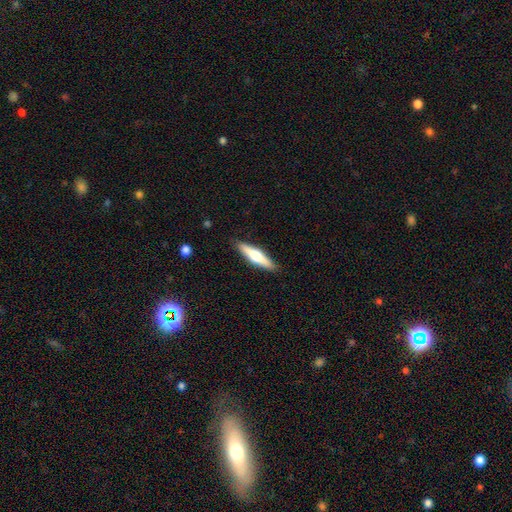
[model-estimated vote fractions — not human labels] The model was most divided on "smooth or featured": featured or disk: 48%, smooth: 46%, star or artifact: 5%. More confident: merging — none (89%).